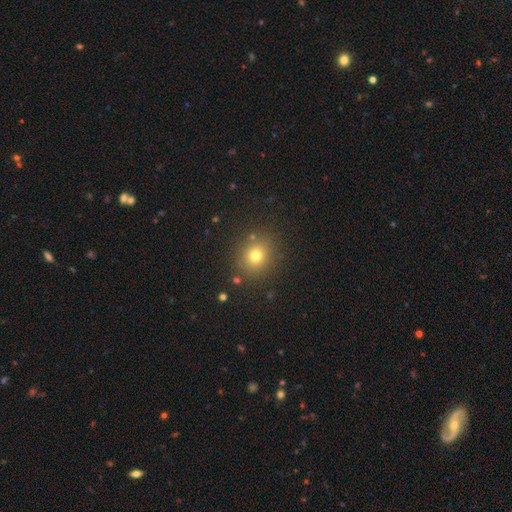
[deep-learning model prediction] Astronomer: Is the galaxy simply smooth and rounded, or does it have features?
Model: smooth — 75%.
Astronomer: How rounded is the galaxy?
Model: round — 80%.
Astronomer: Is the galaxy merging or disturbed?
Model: none — 85%.